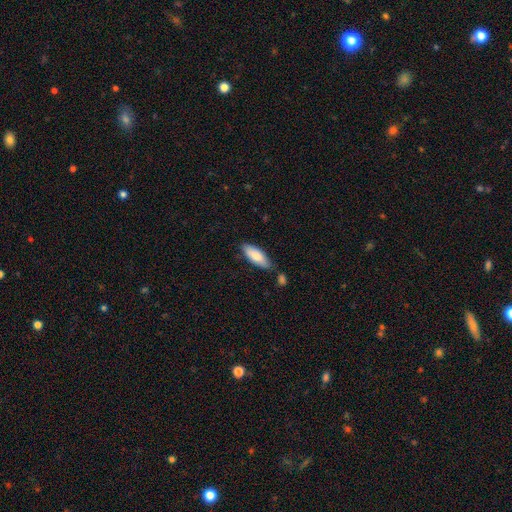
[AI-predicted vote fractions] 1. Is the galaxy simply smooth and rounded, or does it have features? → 81% smooth, 14% featured or disk, 6% star or artifact.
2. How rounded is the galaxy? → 69% in between, 30% cigar-shaped, 2% round.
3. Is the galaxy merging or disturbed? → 72% none, 17% minor disturbance, 8% merger, 3% major disturbance.